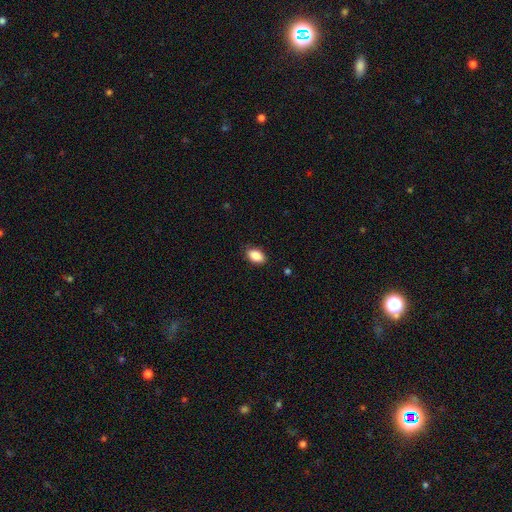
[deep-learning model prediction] smooth 87%, star or artifact 7%, featured or disk 5%. Down the decision tree: how rounded — in between (91%); merging — none (84%).